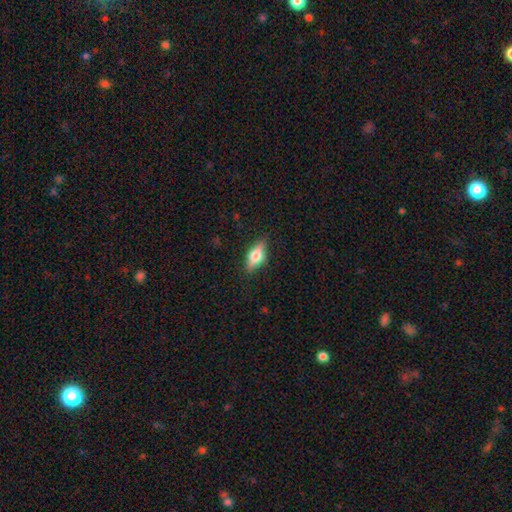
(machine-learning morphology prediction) A smooth galaxy with no disk features (56%) that is in between round and cigar-shaped (74%). Merging: none (84%).